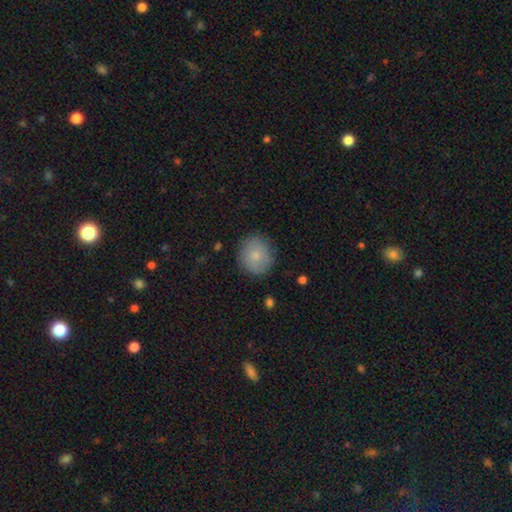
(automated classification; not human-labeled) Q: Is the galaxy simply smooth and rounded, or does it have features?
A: smooth — 79%.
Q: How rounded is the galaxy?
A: round — 84%.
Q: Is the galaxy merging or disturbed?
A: none — 85%.